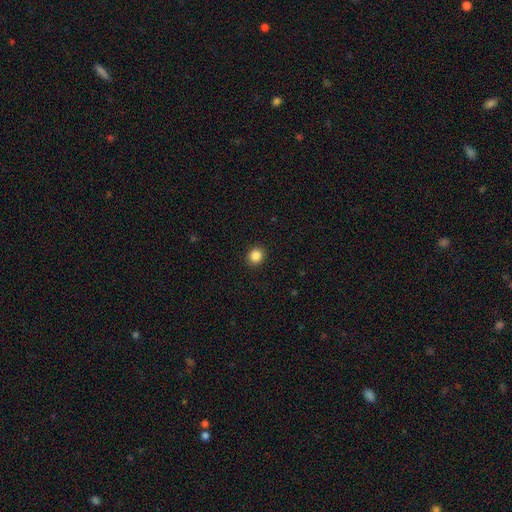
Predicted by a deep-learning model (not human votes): smooth 86%, star or artifact 11%, featured or disk 4%. Down the decision tree: how rounded — round (85%); merging — none (92%).